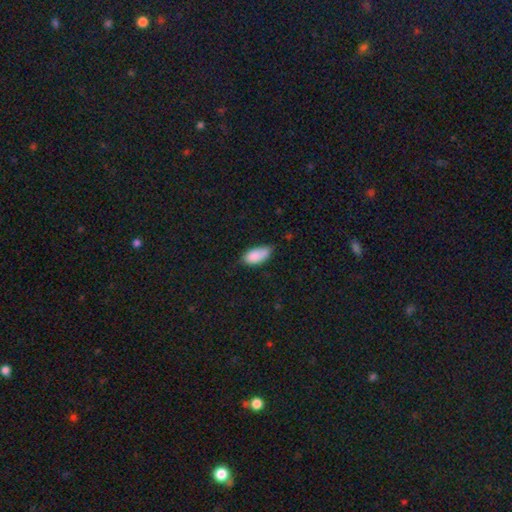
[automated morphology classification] Smooth or featured: smooth — 86% (star or artifact — 7%)
How rounded: in between — 91% (cigar-shaped — 7%)
Merging: none — 56% (minor disturbance — 35%)